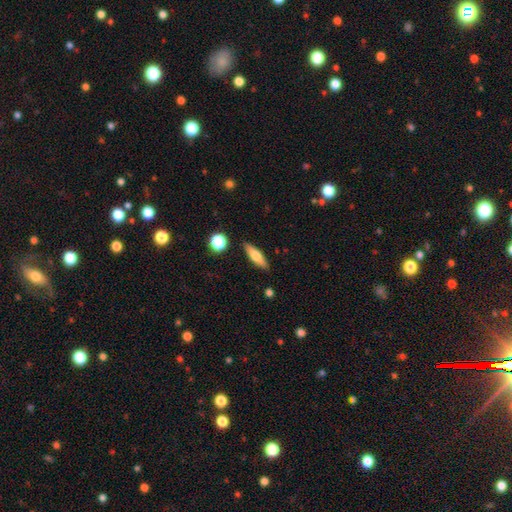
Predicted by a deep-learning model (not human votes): Q: Smooth or featured?
A: smooth (59%); runner-up: featured or disk (34%)
Q: How rounded?
A: cigar-shaped (63%); runner-up: in between (34%)
Q: Merging?
A: none (88%); runner-up: minor disturbance (8%)